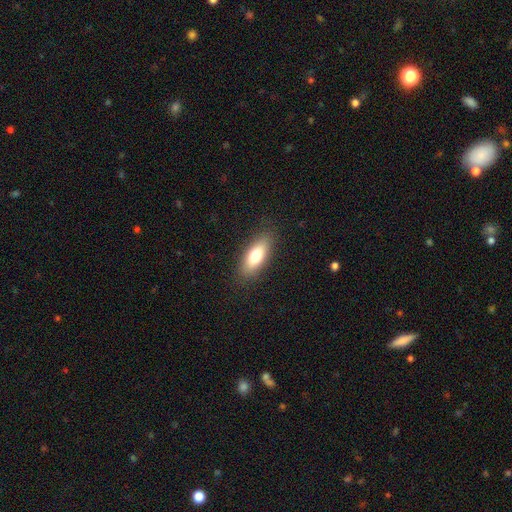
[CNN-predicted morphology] Q: Smooth or featured?
A: smooth (73%); runner-up: featured or disk (20%)
Q: How rounded?
A: in between (71%); runner-up: cigar-shaped (26%)
Q: Merging?
A: none (86%); runner-up: minor disturbance (10%)